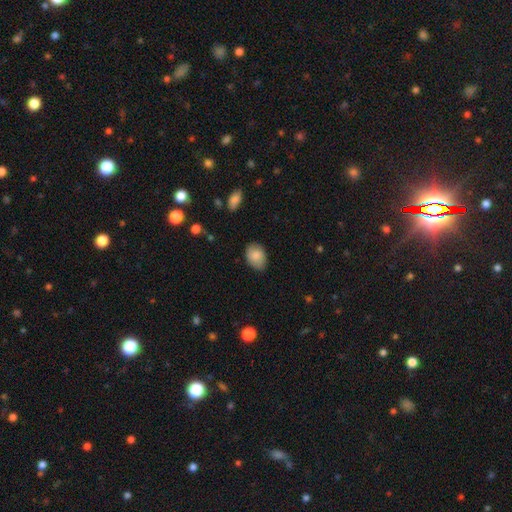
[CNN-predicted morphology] Smooth or featured?
  - smooth: 85% *
  - featured or disk: 9%
  - star or artifact: 7%
How rounded?
  - in between: 75% *
  - round: 24%
  - cigar-shaped: 1%
Merging?
  - none: 80% *
  - minor disturbance: 16%
  - major disturbance: 3%
  - merger: 1%